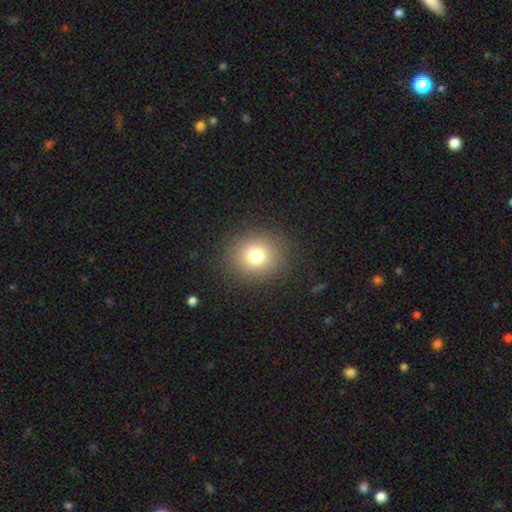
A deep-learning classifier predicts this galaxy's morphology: A smooth galaxy with no disk features (76%) that is round (84%).

Vote fractions:
- Smooth or featured? smooth: 76% / star or artifact: 14% / featured or disk: 10%
- How rounded? round: 84% / in between: 15% / cigar-shaped: 1%
- Merging? none: 89% / minor disturbance: 7% / major disturbance: 3% / merger: 1%